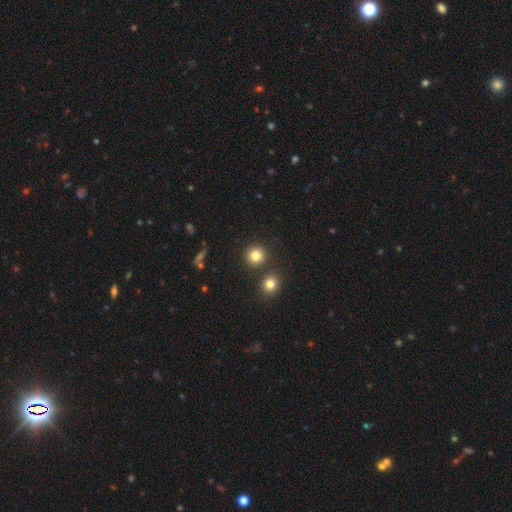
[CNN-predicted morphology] This appears to be a smooth galaxy with no disk features (82%) that is round (92%). Merging: none (84%).